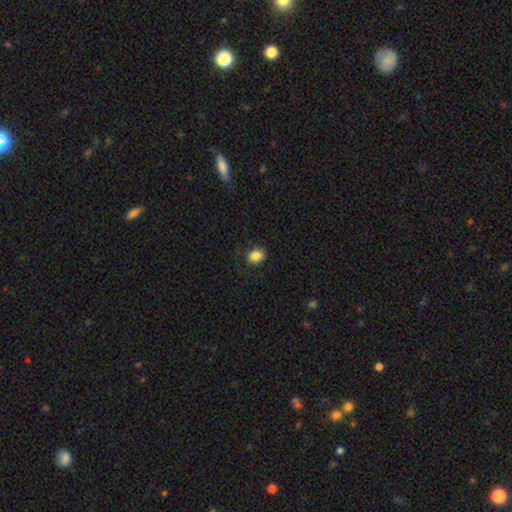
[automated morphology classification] smooth 85%, star or artifact 10%, featured or disk 5%. Down the decision tree: how rounded — round (64%); merging — none (82%).